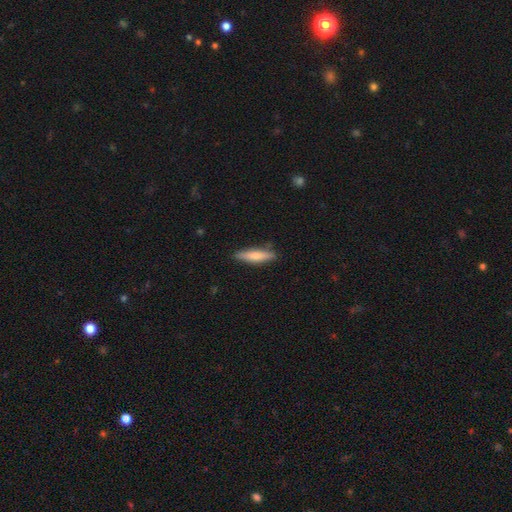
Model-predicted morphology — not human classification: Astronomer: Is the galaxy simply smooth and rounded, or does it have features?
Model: smooth — 72%.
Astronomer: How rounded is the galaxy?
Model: cigar-shaped — 77%.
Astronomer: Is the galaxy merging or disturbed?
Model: none — 84%.